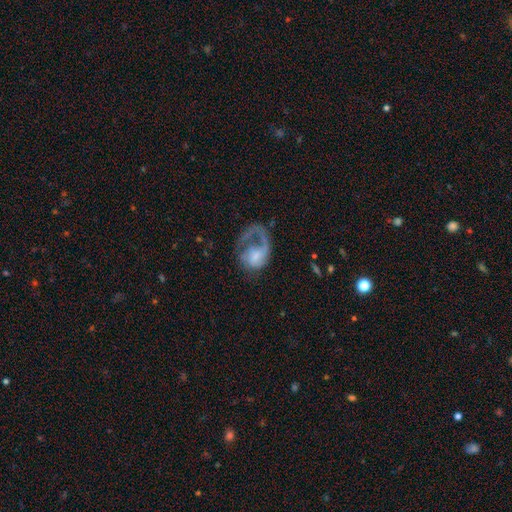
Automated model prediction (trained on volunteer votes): This appears to be a featured or disk galaxy (65%) with no bar (65%), spiral arms (79%) and a small central bulge (40%). Merging: major disturbance (56%).